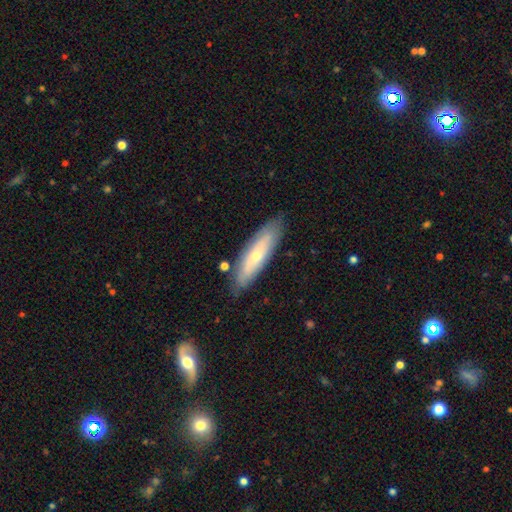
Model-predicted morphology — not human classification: Smooth or featured: smooth — 51% (featured or disk — 43%)
How rounded: cigar-shaped — 67% (in between — 32%)
Merging: none — 82% (minor disturbance — 14%)